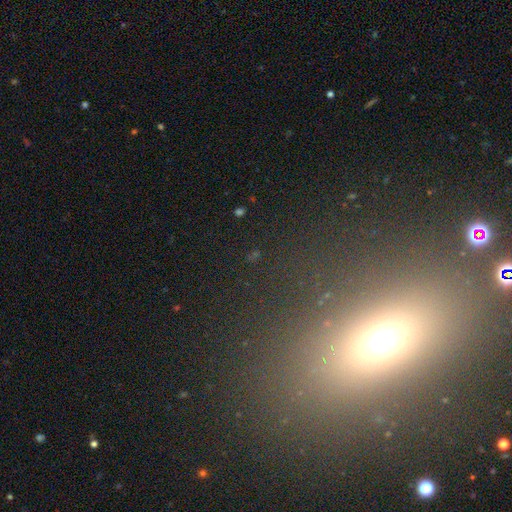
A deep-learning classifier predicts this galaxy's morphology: Smooth or featured? star or artifact (49%)